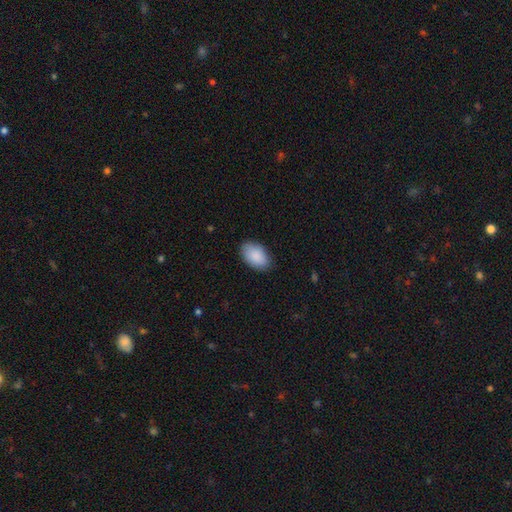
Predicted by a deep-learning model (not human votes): This appears to be a smooth galaxy with no disk features (90%) that is in between round and cigar-shaped (94%). Merging: none (85%).